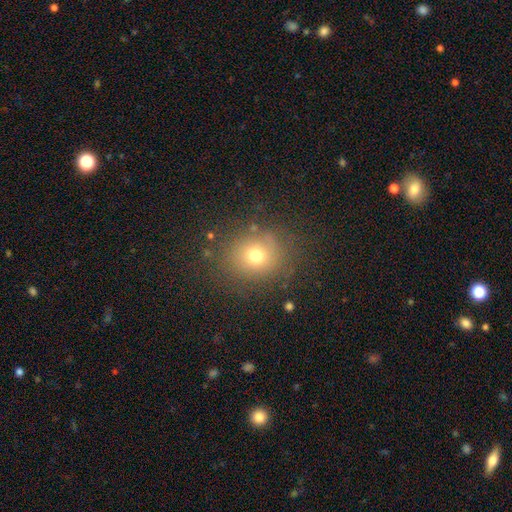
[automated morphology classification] A smooth galaxy with no disk features (69%) that is round (78%). Merging: none (79%).